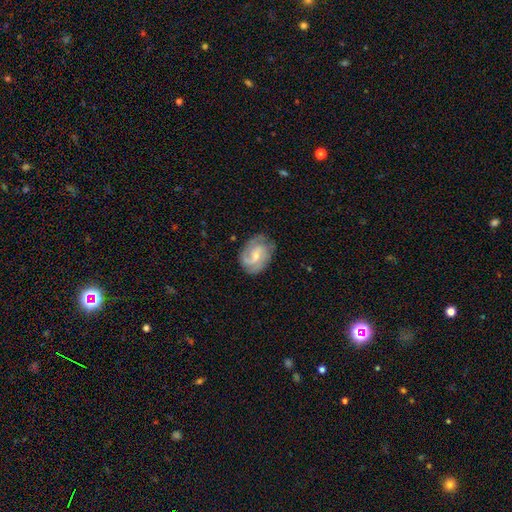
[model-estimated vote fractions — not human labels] Morphology: type=featured or disk (76%); edge-on=no (97%); bar=weak (52%); spiral arms=yes (93%); winding=medium (45%); arm count=2 (51%); bulge=small (56%); merging=none (73%).